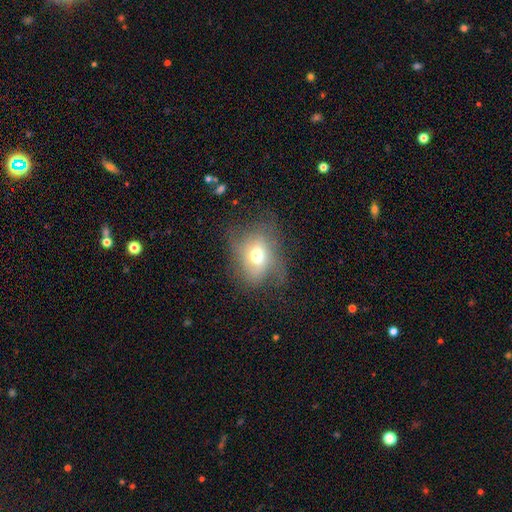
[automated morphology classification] Smooth or featured?
  - smooth: 57% *
  - featured or disk: 30%
  - star or artifact: 13%
How rounded?
  - in between: 61% *
  - round: 38%
  - cigar-shaped: 2%
Merging?
  - none: 48% *
  - minor disturbance: 27%
  - major disturbance: 23%
  - merger: 2%